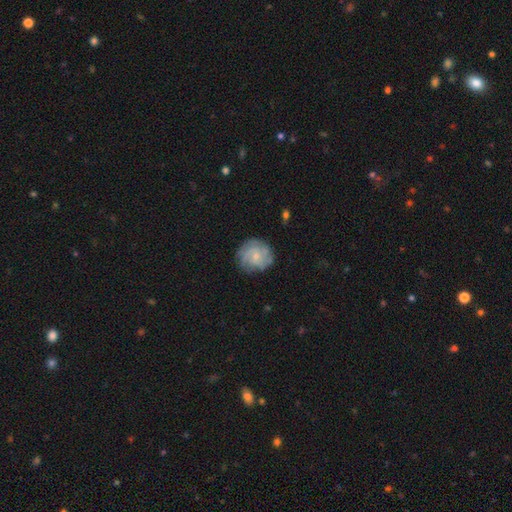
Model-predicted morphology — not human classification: Smooth or featured?
  - featured or disk: 66% *
  - smooth: 27%
  - star or artifact: 7%
Edge-on disk?
  - no: 98% *
  - yes: 2%
Bar?
  - no: 68% *
  - weak: 28%
  - strong: 3%
Spiral arms?
  - yes: 91% *
  - no: 9%
Spiral winding?
  - tight: 59% *
  - medium: 31%
  - loose: 10%
Spiral arm count?
  - can't tell: 36% *
  - 3: 21%
  - 4: 16%
  - 2: 14%
  - more than 4: 6%
  - 1: 6%
Bulge size?
  - small: 66% *
  - moderate: 23%
  - none: 9%
  - large: 2%
  - dominant: 1%
Merging?
  - none: 78% *
  - minor disturbance: 15%
  - major disturbance: 5%
  - merger: 1%